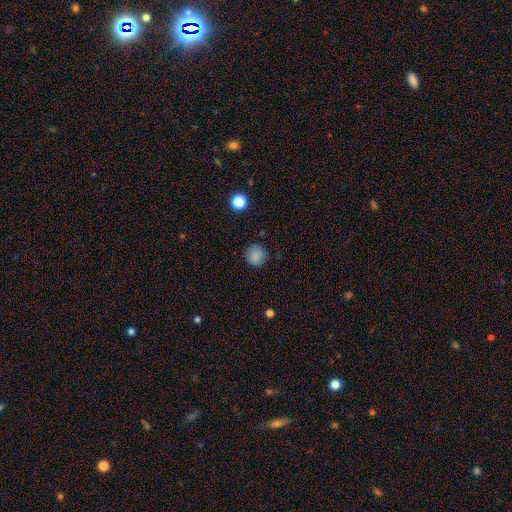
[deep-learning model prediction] A smooth galaxy with no disk features (84%) that is round (90%). Merging: none (85%).